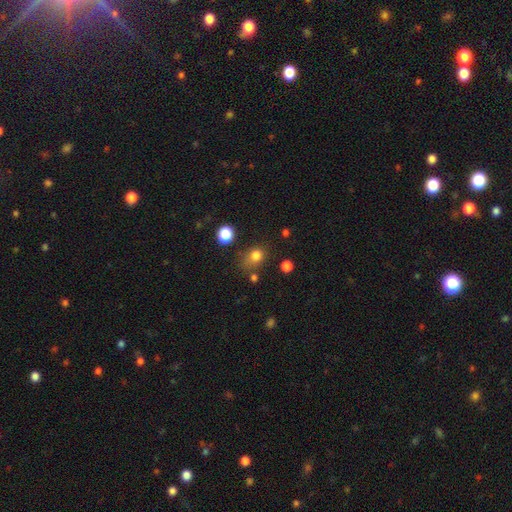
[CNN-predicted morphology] Smooth or featured: smooth — 79% (star or artifact — 14%)
How rounded: round — 57% (in between — 42%)
Merging: none — 57% (minor disturbance — 24%)